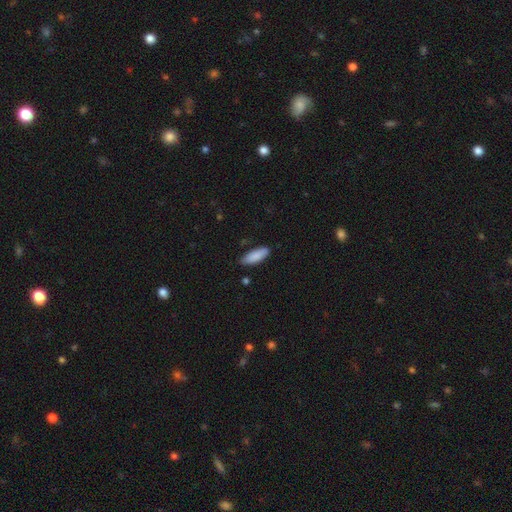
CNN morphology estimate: A smooth galaxy with no disk features (88%) that is in between round and cigar-shaped (61%).

Vote fractions:
- Smooth or featured? smooth: 88% / featured or disk: 7% / star or artifact: 6%
- How rounded? in between: 61% / cigar-shaped: 37% / round: 2%
- Merging? none: 84% / minor disturbance: 12% / major disturbance: 2% / merger: 2%